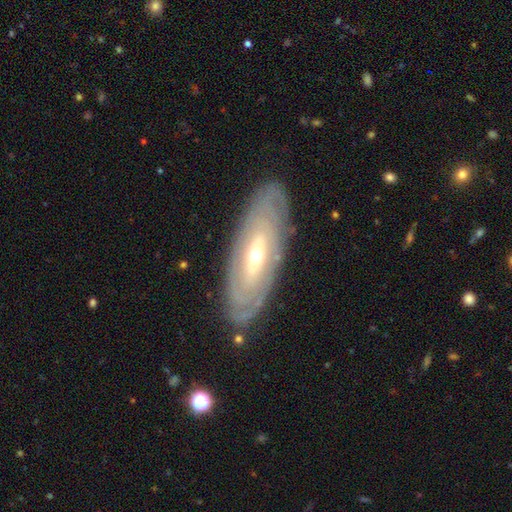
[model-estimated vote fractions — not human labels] This appears to be a featured or disk galaxy (80%) with no bar (55%), spiral arms (73%) and a small central bulge (50%). Merging: none (85%).